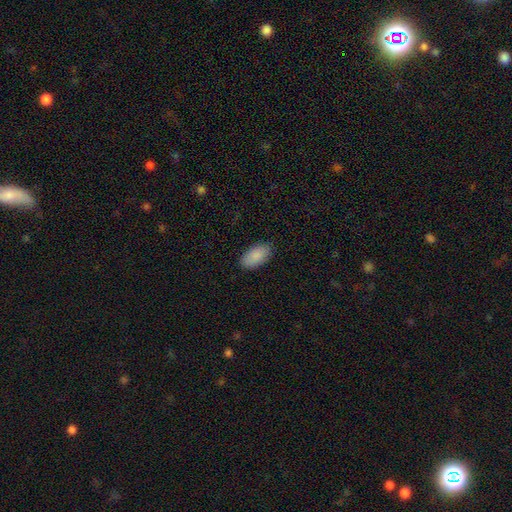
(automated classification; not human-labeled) Smooth or featured? smooth (89%)
How rounded? in between (95%)
Merging? none (87%)